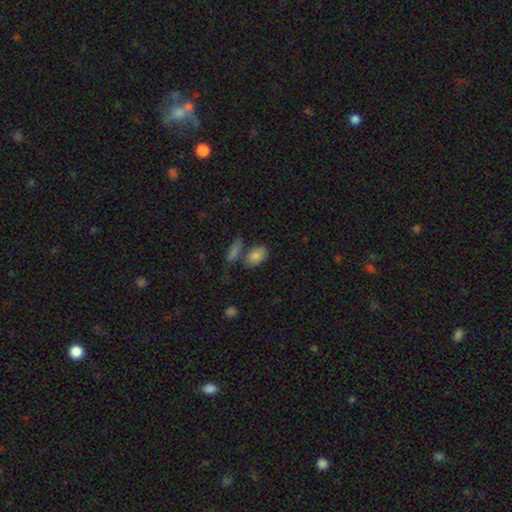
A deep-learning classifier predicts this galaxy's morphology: Smooth or featured: smooth — 82% (featured or disk — 9%)
How rounded: in between — 87% (round — 11%)
Merging: none — 56% (merger — 25%)